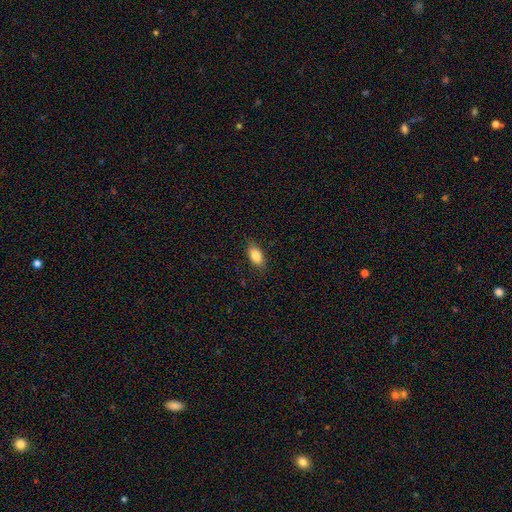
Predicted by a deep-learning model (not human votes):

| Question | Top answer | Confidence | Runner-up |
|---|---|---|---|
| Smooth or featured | smooth | 86% | star or artifact (7%) |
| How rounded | in between | 90% | cigar-shaped (5%) |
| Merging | none | 85% | minor disturbance (11%) |